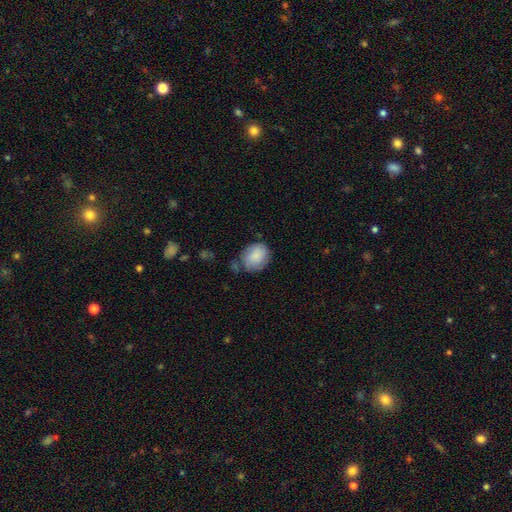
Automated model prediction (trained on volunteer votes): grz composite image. It shows a smooth galaxy with no disk features (82%) that is in between round and cigar-shaped (51%). Merging: none (58%).